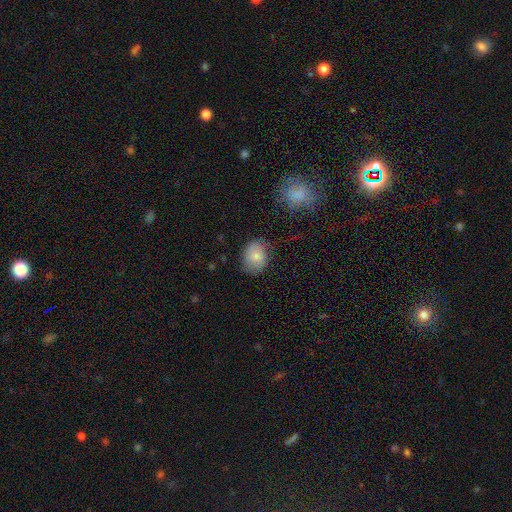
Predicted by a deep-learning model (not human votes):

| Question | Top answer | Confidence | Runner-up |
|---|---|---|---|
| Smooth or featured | smooth | 80% | featured or disk (11%) |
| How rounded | in between | 58% | round (41%) |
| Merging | none | 72% | minor disturbance (20%) |